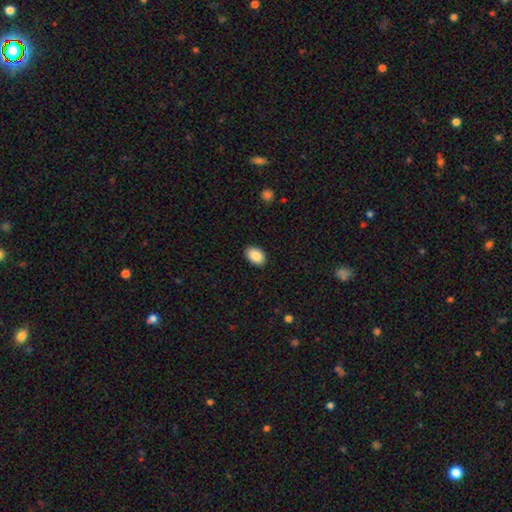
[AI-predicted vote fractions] The model was most divided on "how rounded": in between: 87%, round: 12%, cigar-shaped: 1%. More confident: merging — none (89%); smooth or featured — smooth (89%).